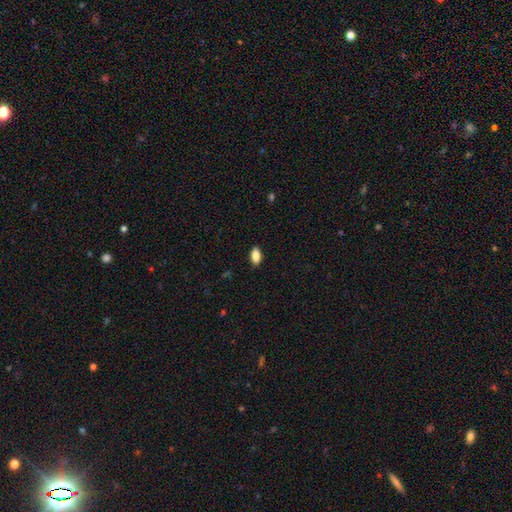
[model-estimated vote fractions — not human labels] A smooth galaxy with no disk features (86%) that is in between round and cigar-shaped (90%). Merging: none (89%).